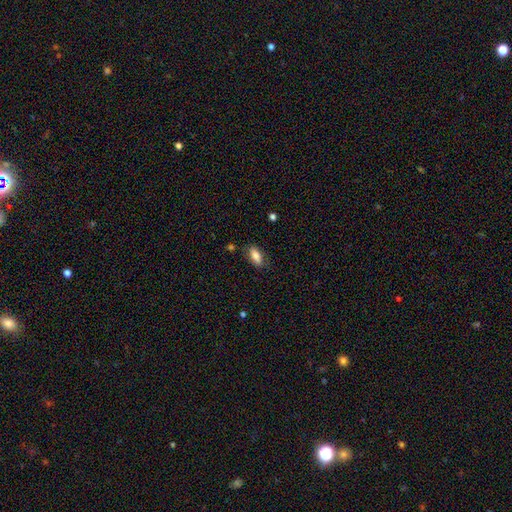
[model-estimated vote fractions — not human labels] This appears to be a smooth galaxy with no disk features (81%) that is in between round and cigar-shaped (84%). Merging: none (79%).